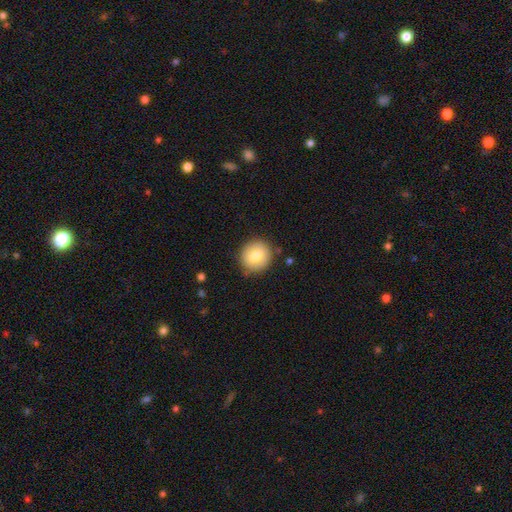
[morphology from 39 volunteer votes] Smooth or featured? 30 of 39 (77%) said smooth. How rounded? 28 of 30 (93%) said round. Merging? 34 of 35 (97%) said none.